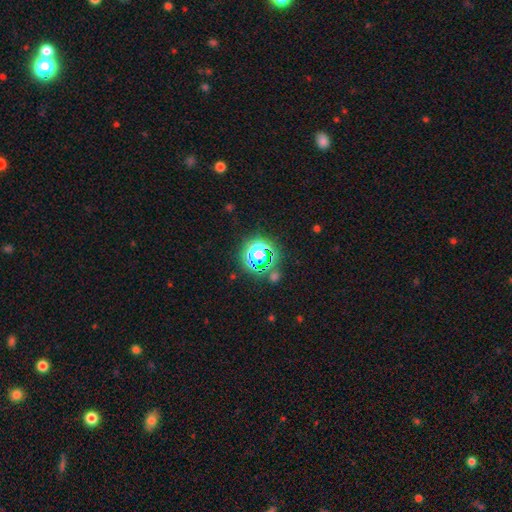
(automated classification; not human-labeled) Q: Smooth or featured?
A: star or artifact (54%); runner-up: smooth (35%)